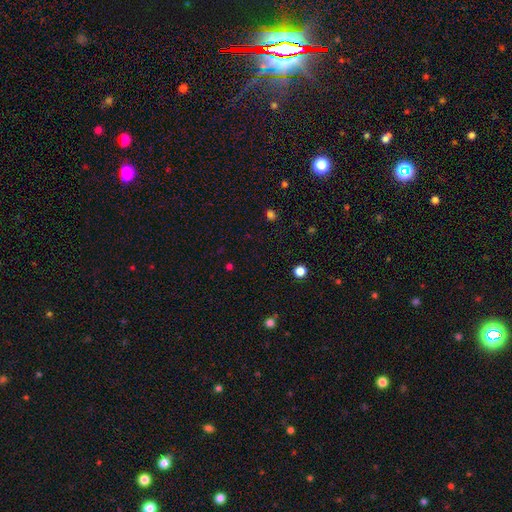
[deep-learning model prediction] smooth_or_featured: star or artifact (p=0.56) [alt: smooth p=0.38]